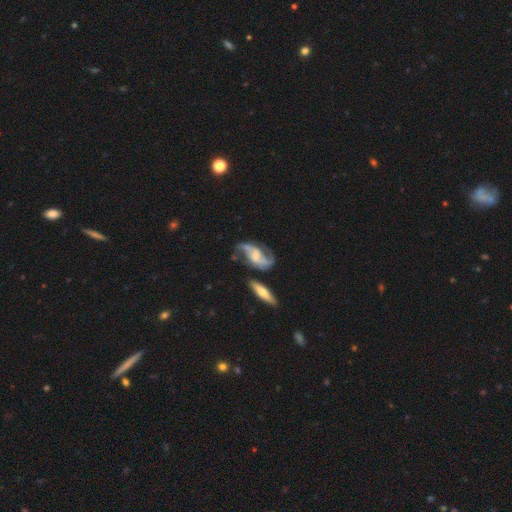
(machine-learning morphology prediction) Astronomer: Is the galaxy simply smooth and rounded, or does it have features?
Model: featured or disk — 85%.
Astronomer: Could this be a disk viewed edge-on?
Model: no — 94%.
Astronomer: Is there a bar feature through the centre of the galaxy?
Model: no — 42% (runner-up: weak, 41%).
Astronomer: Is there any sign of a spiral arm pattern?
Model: yes — 95%.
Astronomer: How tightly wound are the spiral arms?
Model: loose — 52% (runner-up: medium, 38%).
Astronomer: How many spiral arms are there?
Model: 2 — 89%.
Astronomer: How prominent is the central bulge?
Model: small — 42% (runner-up: moderate, 36%).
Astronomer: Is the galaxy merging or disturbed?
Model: none — 55%.